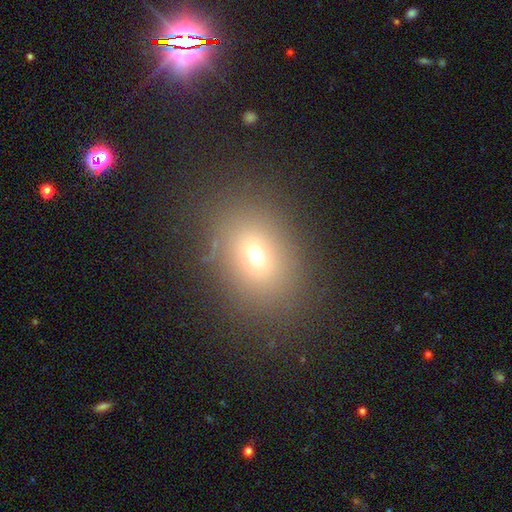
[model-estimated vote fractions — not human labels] A smooth galaxy with no disk features (67%) that is in between round and cigar-shaped (59%). Merging: none (83%).